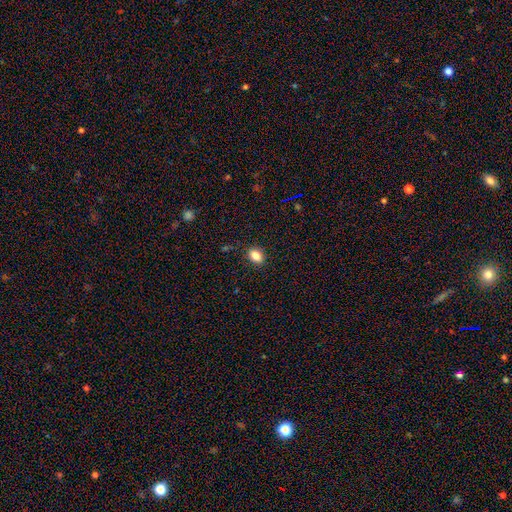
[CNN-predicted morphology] smooth_or_featured: smooth (p=0.84) [alt: star or artifact p=0.10]
how_rounded: in between (p=0.73) [alt: round p=0.25]
merging: none (p=0.88) [alt: minor disturbance p=0.09]